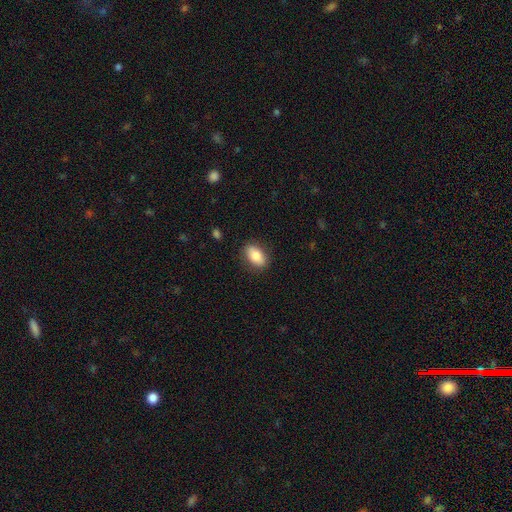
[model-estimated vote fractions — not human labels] This appears to be a smooth galaxy with no disk features (80%) that is in between round and cigar-shaped (88%). Merging: none (85%).